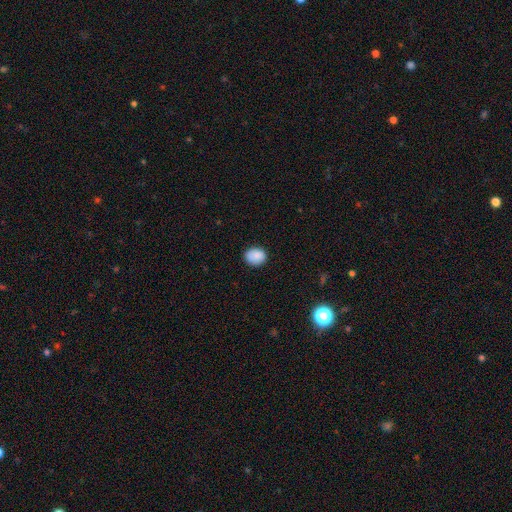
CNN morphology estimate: Smooth or featured? smooth (88%)
How rounded? round (52%)
Merging? none (85%)